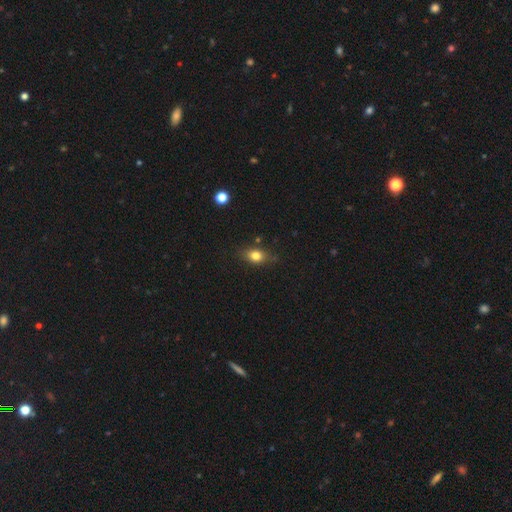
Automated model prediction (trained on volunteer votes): smooth 78%, featured or disk 11%, star or artifact 10%. Down the decision tree: how rounded — in between (68%); merging — none (75%).